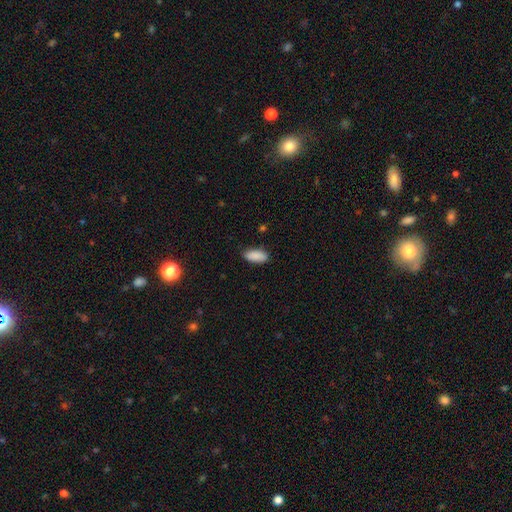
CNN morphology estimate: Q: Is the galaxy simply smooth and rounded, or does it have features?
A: smooth — 90%.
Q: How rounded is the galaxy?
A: in between — 85%.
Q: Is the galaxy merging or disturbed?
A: none — 85%.